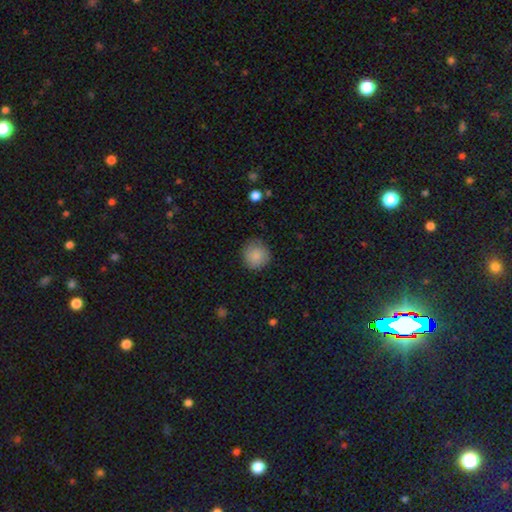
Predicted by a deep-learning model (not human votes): smooth 86%, star or artifact 8%, featured or disk 6%. Down the decision tree: how rounded — round (93%); merging — none (84%).